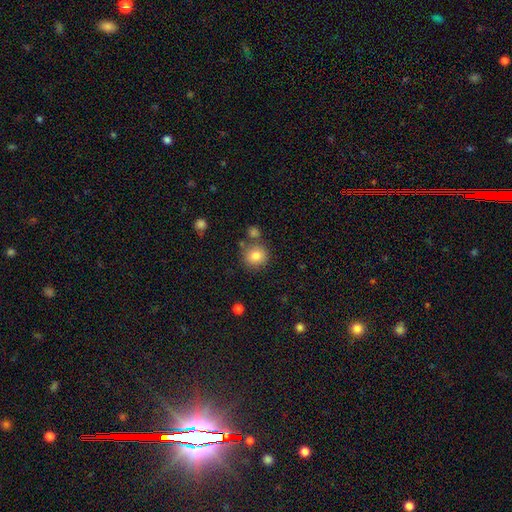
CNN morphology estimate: Smooth or featured: smooth — 82% (star or artifact — 10%)
How rounded: round — 91% (in between — 8%)
Merging: none — 76% (merger — 11%)